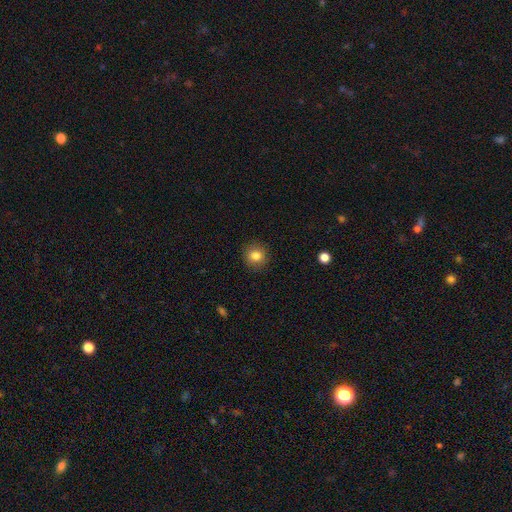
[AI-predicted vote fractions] Morphology: type=smooth (83%); roundness=round (87%); merging=none (90%).